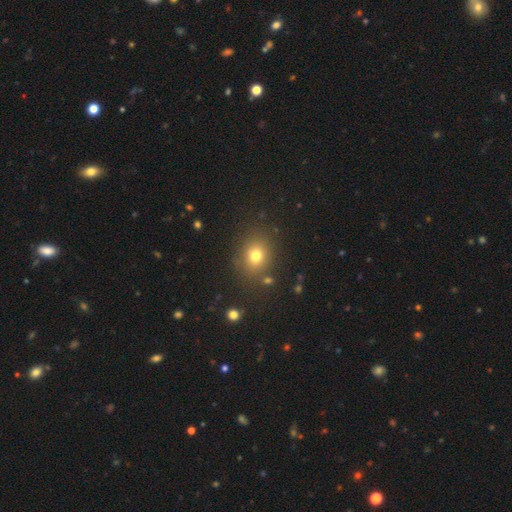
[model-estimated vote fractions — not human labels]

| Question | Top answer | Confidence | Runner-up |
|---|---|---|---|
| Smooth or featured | smooth | 74% | star or artifact (17%) |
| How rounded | round | 68% | in between (31%) |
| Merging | none | 83% | minor disturbance (10%) |